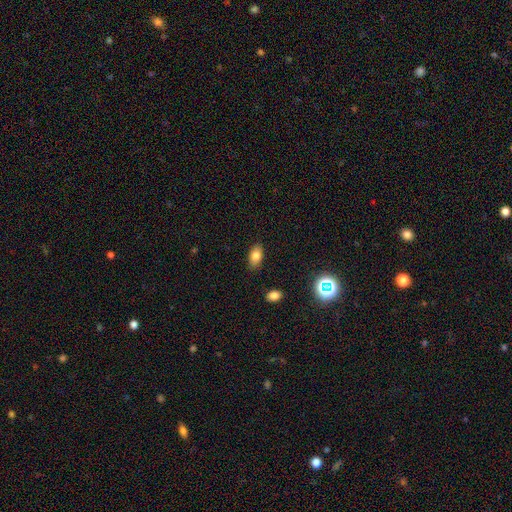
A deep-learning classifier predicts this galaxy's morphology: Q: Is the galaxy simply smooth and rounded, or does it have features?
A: smooth — 79%.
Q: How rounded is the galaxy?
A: in between — 90%.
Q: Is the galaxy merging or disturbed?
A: none — 86%.